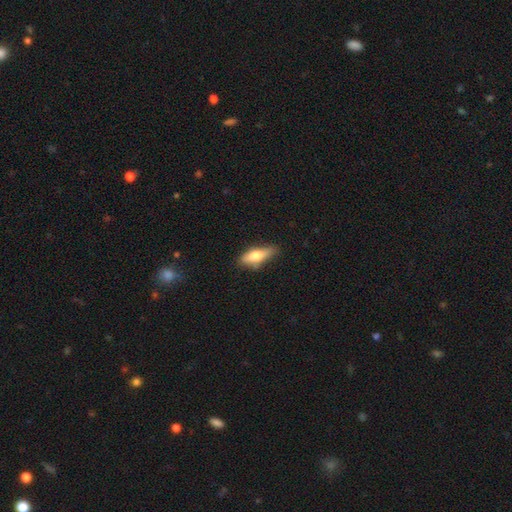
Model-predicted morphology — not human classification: The model was most divided on "how rounded": in between: 57%, cigar-shaped: 40%, round: 3%. More confident: merging — none (71%); smooth or featured — smooth (67%).